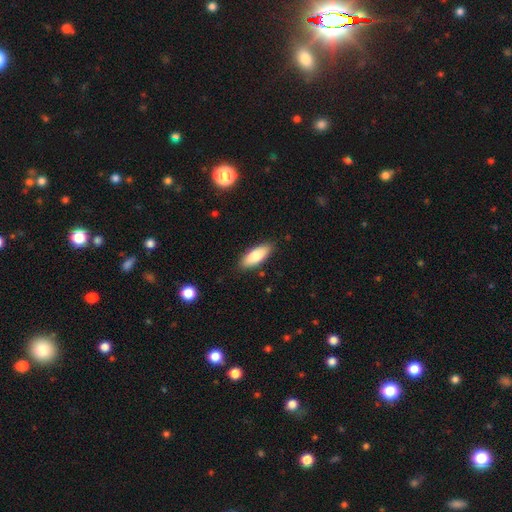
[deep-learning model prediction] The model was most divided on "how rounded": in between: 73%, cigar-shaped: 25%, round: 2%. More confident: merging — none (86%); smooth or featured — smooth (81%).